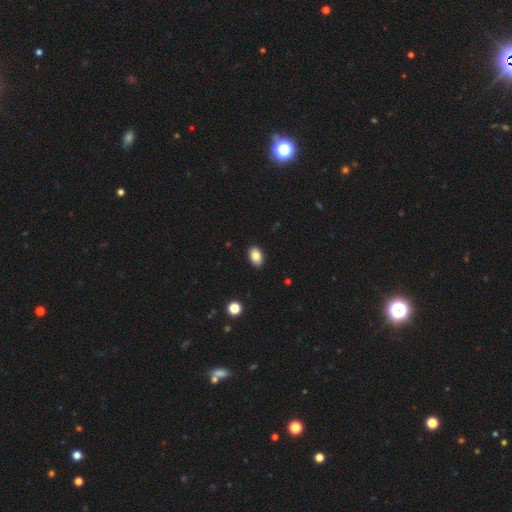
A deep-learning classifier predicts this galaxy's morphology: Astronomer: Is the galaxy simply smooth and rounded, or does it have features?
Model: smooth — 86%.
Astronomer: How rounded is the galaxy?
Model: in between — 88%.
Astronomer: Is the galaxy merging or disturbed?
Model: none — 89%.